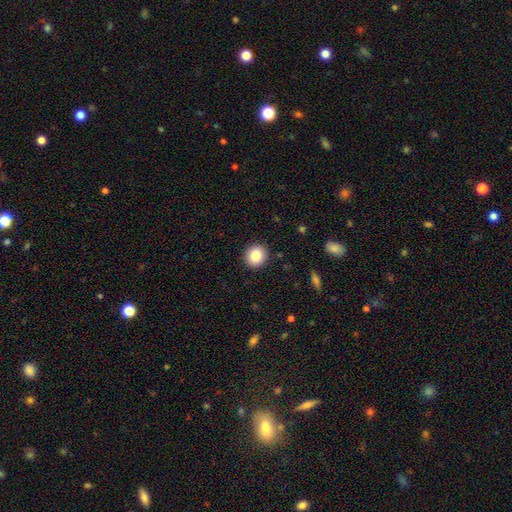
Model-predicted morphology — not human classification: type=smooth (83%); roundness=round (88%); merging=none (92%).